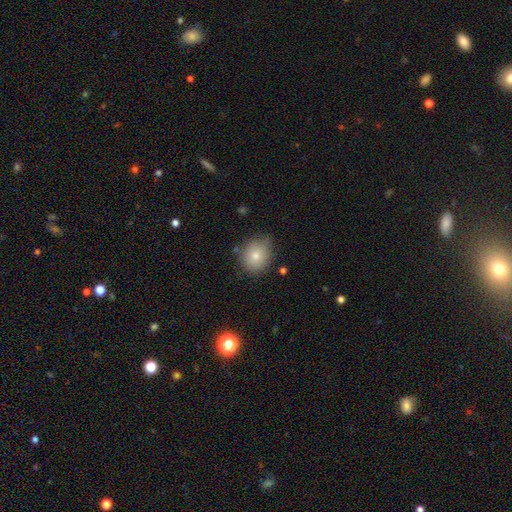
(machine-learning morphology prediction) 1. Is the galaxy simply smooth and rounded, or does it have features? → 78% smooth, 11% featured or disk, 10% star or artifact.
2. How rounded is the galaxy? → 70% round, 29% in between, 1% cigar-shaped.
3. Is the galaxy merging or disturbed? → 75% none, 18% minor disturbance, 4% major disturbance, 3% merger.